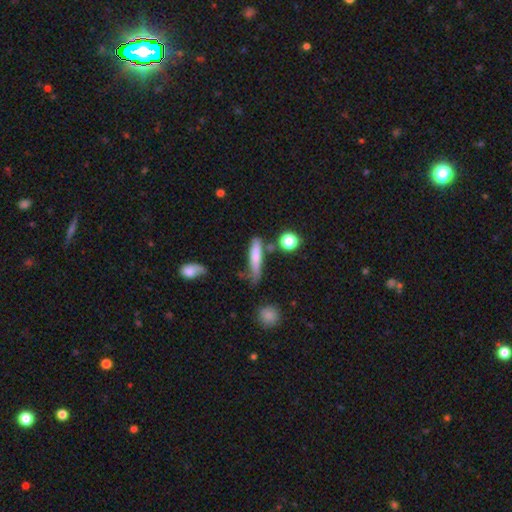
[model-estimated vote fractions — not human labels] This is likely a smooth galaxy (72%). How rounded: clearly cigar-shaped (81%). Merging: possibly none (58%).